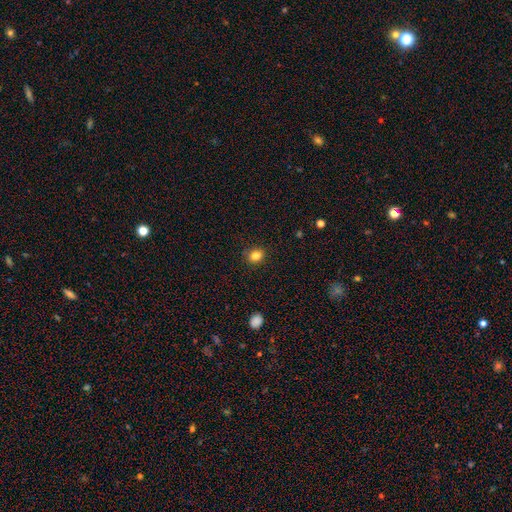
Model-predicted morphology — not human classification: Smooth or featured: smooth — 84% (star or artifact — 11%)
How rounded: round — 51% (in between — 48%)
Merging: none — 87% (minor disturbance — 9%)